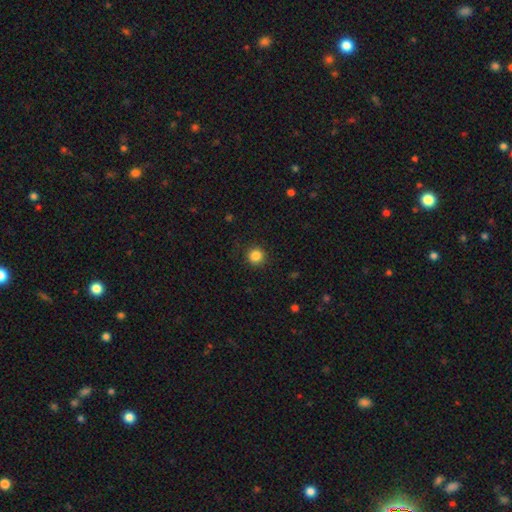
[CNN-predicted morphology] A smooth galaxy with no disk features (85%) that is round (95%). Merging: none (91%).